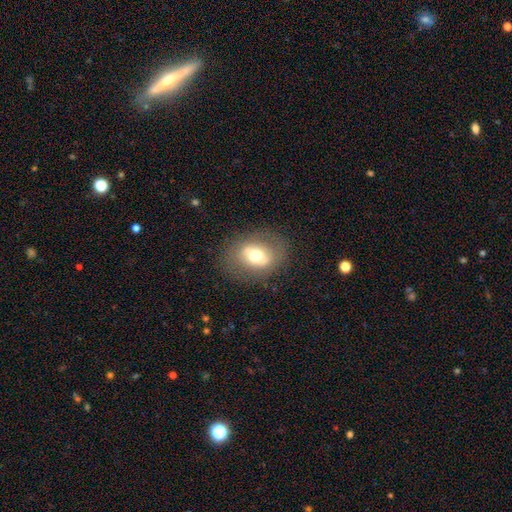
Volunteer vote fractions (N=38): smooth-or-featured: smooth: 47% (tied) | featured or disk: 47% (tied) | star or artifact: 5%
  how-rounded: in between: 56% | round: 44% | cigar-shaped: 0%
  merging: none: 75% | minor disturbance: 19% | major disturbance: 6% | merger: 0%